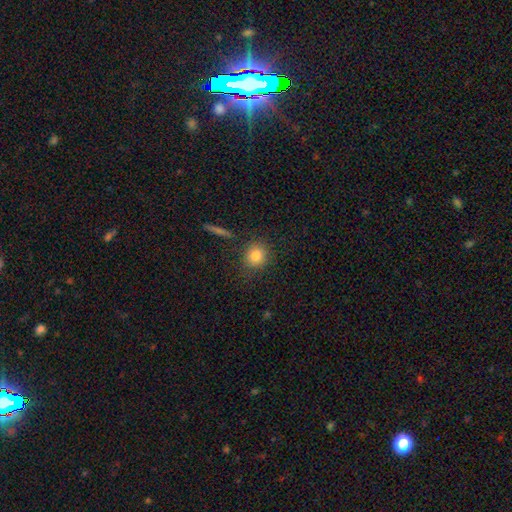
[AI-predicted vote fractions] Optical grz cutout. It shows a smooth galaxy with no disk features (83%) that is round (82%). Merging: none (84%).